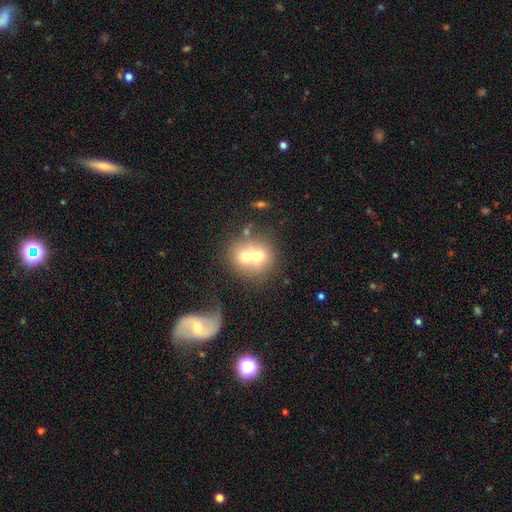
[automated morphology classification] smooth_or_featured: smooth (p=0.58) [alt: featured or disk p=0.32]
how_rounded: round (p=0.77) [alt: in between p=0.22]
merging: merger (p=0.65) [alt: none p=0.23]